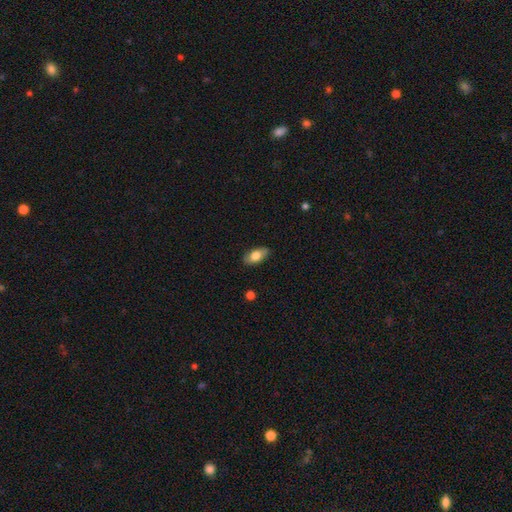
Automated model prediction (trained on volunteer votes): Smooth or featured?
  - smooth: 75% *
  - featured or disk: 18%
  - star or artifact: 7%
How rounded?
  - in between: 91% *
  - cigar-shaped: 5%
  - round: 4%
Merging?
  - none: 83% *
  - minor disturbance: 14%
  - major disturbance: 2%
  - merger: 1%